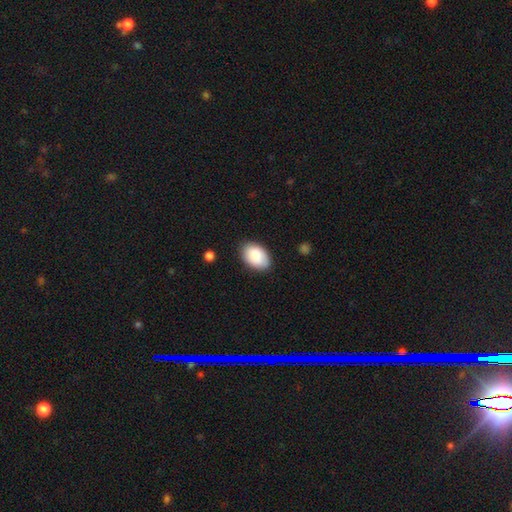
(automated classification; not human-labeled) A smooth galaxy with no disk features (87%) that is in between round and cigar-shaped (89%).

Vote fractions:
- Smooth or featured? smooth: 87% / featured or disk: 7% / star or artifact: 6%
- How rounded? in between: 89% / round: 10% / cigar-shaped: 1%
- Merging? none: 84% / minor disturbance: 12% / major disturbance: 2% / merger: 1%